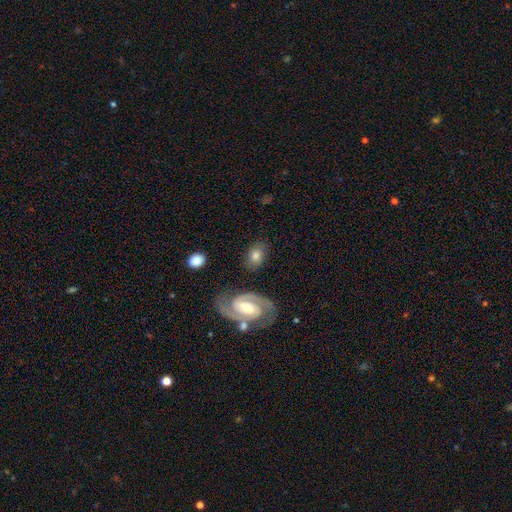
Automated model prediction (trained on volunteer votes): This appears to be a smooth galaxy with no disk features (60%) that is in between round and cigar-shaped (69%). Merging: none (77%).